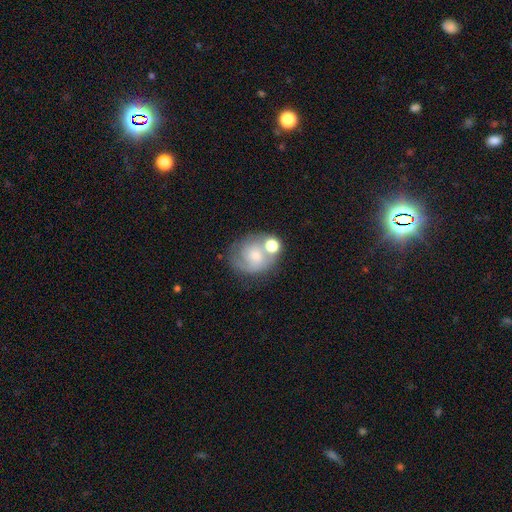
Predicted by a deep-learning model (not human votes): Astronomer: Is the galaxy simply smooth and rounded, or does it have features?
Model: featured or disk — 52% (runner-up: smooth, 38%).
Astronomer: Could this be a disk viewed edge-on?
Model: no — 97%.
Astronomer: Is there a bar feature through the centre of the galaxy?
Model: no — 72%.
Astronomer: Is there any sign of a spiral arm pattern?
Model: yes — 76%.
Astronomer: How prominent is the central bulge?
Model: small — 42% (runner-up: moderate, 34%).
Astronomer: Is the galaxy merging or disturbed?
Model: none — 44% (runner-up: merger, 24%).